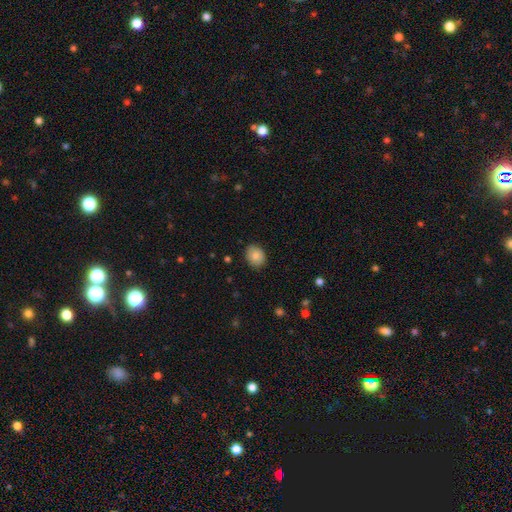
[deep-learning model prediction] This is clearly a smooth galaxy (85%). How rounded: possibly in between (50%). Merging: clearly none (85%).